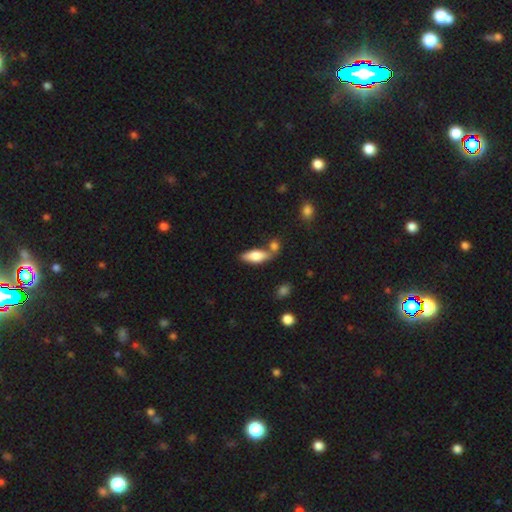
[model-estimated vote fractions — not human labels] Smooth or featured? smooth (68%)
How rounded? in between (66%)
Merging? none (62%)